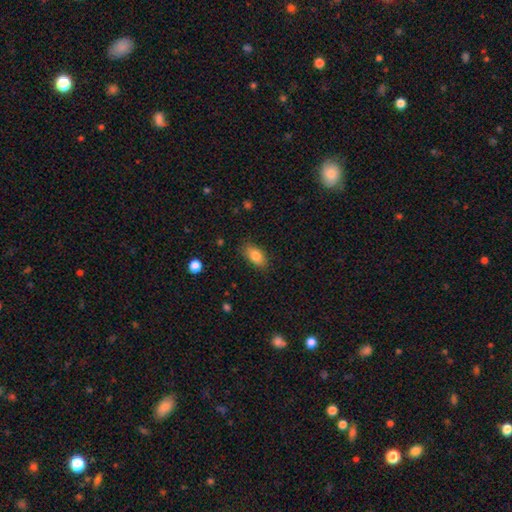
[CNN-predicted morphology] Smooth or featured? smooth (82%)
How rounded? in between (88%)
Merging? none (84%)